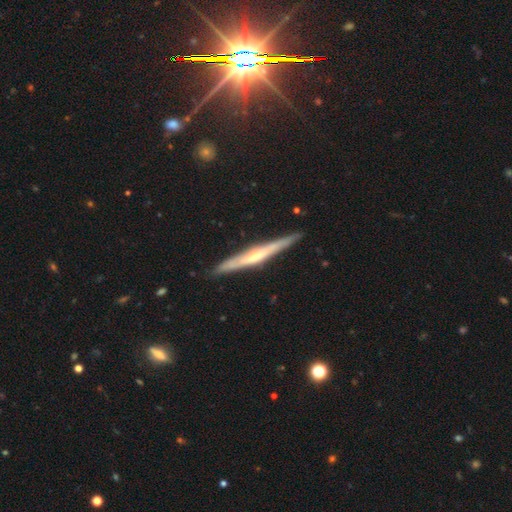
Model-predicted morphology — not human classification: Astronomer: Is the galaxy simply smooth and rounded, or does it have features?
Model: featured or disk — 65%.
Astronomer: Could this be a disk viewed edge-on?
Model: yes — 96%.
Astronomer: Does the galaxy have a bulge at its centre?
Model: none — 42% (runner-up: rounded, 40%).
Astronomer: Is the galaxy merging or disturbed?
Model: none — 87%.